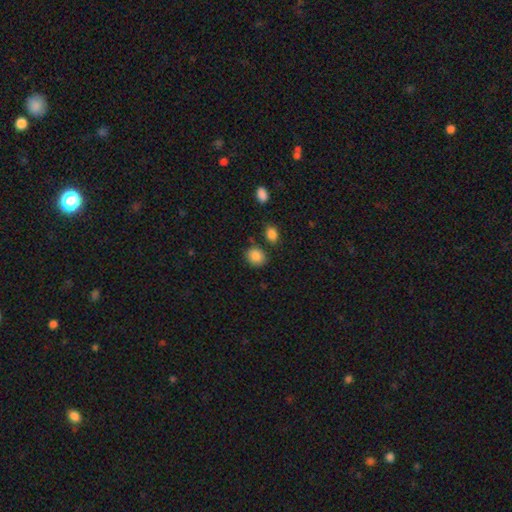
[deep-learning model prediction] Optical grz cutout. It shows a smooth galaxy with no disk features (87%) that is round (62%). Merging: none (77%).